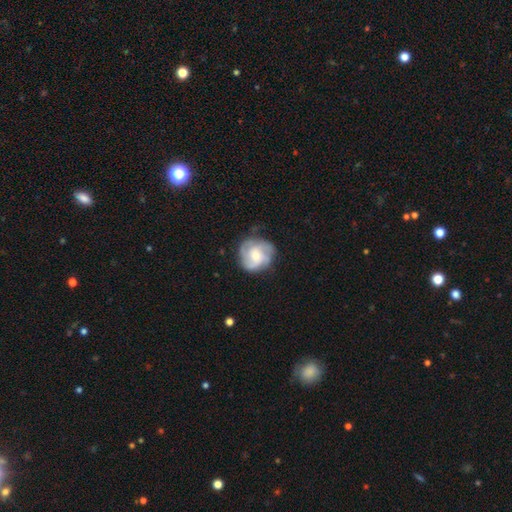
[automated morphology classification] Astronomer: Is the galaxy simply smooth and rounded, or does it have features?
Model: featured or disk — 77%.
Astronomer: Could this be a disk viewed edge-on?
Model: no — 98%.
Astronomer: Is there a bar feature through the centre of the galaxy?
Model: no — 67%.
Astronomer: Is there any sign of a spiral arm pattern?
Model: yes — 93%.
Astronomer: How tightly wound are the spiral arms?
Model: tight — 45% (runner-up: medium, 42%).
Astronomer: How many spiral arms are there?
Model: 3 — 47%.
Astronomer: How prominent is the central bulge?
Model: moderate — 50% (runner-up: small, 45%).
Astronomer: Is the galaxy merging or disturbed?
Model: none — 73%.